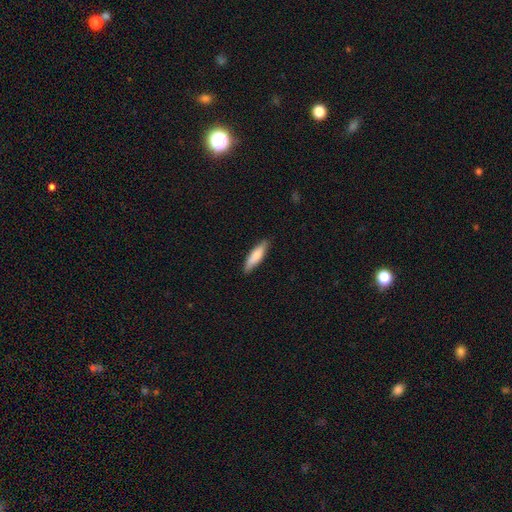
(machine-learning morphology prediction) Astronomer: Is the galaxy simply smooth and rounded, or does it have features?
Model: smooth — 78%.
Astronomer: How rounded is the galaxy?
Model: cigar-shaped — 70%.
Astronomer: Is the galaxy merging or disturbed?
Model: none — 85%.